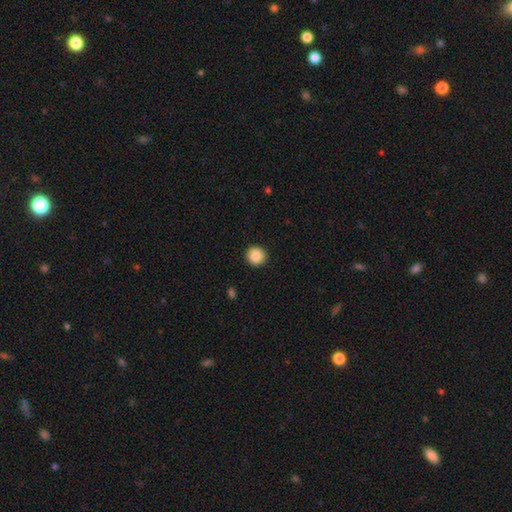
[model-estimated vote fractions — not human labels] The model was most divided on "smooth or featured": smooth: 88%, star or artifact: 9%, featured or disk: 3%. More confident: how rounded — round (92%); merging — none (92%).